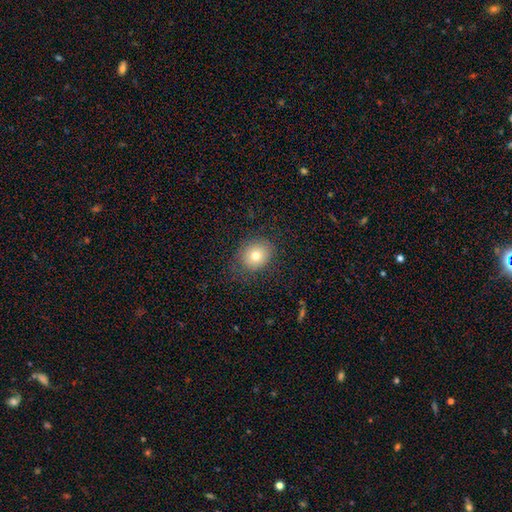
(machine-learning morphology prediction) Smooth or featured?
  - smooth: 75% *
  - featured or disk: 14%
  - star or artifact: 12%
How rounded?
  - round: 66% *
  - in between: 33%
  - cigar-shaped: 1%
Merging?
  - none: 79% *
  - minor disturbance: 14%
  - major disturbance: 6%
  - merger: 1%